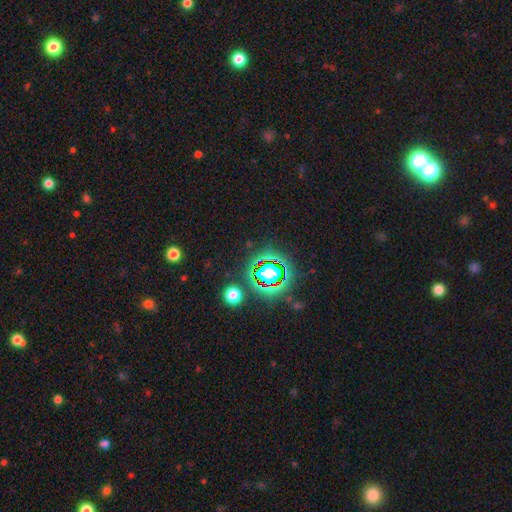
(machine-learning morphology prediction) Smooth or featured? Predicted: star or artifact (p=0.81).